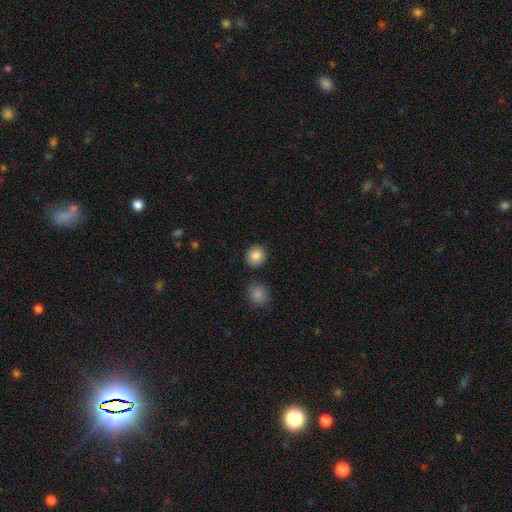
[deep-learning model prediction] A smooth galaxy with no disk features (85%) that is round (84%).

Vote fractions:
- Smooth or featured? smooth: 85% / star or artifact: 9% / featured or disk: 6%
- How rounded? round: 84% / in between: 15% / cigar-shaped: 1%
- Merging? none: 88% / minor disturbance: 7% / merger: 3% / major disturbance: 2%